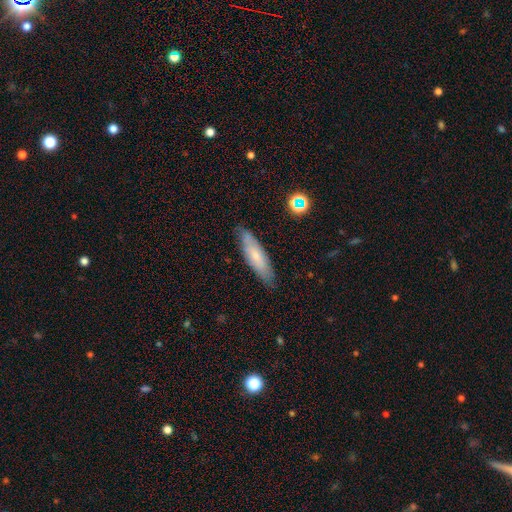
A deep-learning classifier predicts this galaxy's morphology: Overall: smooth (62%; featured or disk 31%). How rounded: cigar-shaped (64%; in between 34%). Merging: none (81%).